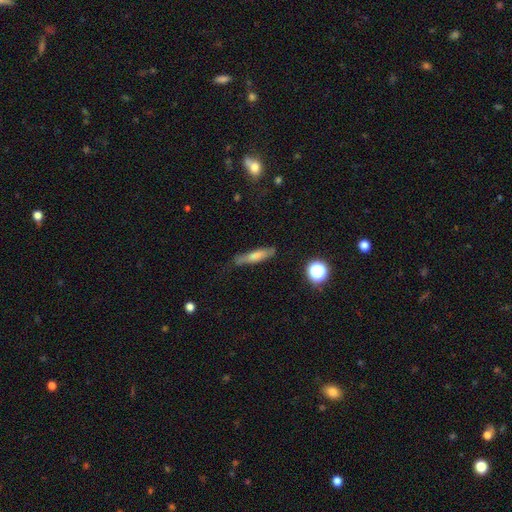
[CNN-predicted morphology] smooth-or-featured: smooth: 62% | featured or disk: 29% | star or artifact: 9%
  how-rounded: cigar-shaped: 78% | in between: 19% | round: 3%
  merging: none: 70% | minor disturbance: 21% | major disturbance: 6% | merger: 2%